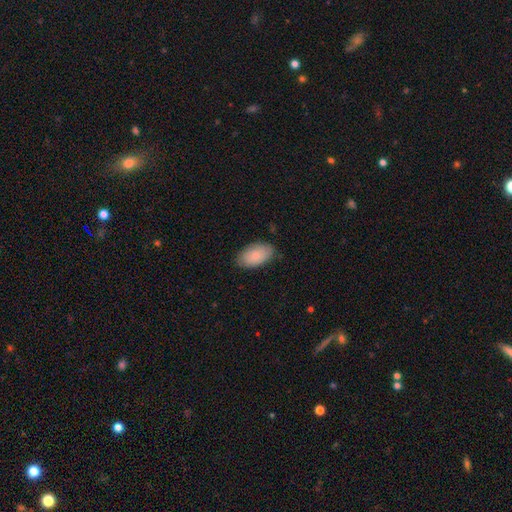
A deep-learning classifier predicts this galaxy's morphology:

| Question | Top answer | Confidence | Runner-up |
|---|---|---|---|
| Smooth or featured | smooth | 80% | featured or disk (14%) |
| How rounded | in between | 94% | round (5%) |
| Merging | none | 81% | minor disturbance (16%) |